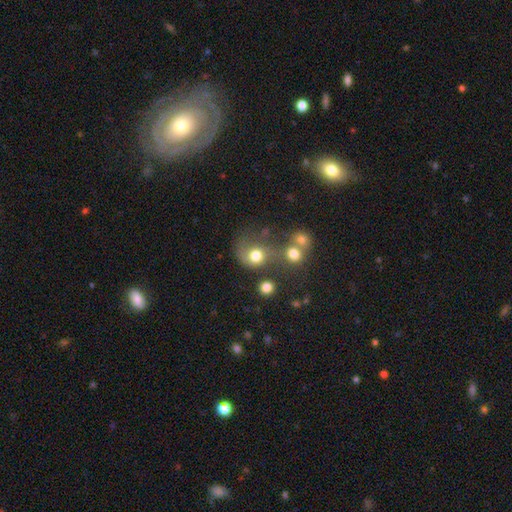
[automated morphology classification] Overall: smooth (70%). How rounded: round (72%). Merging: merger (34%; none 31%).